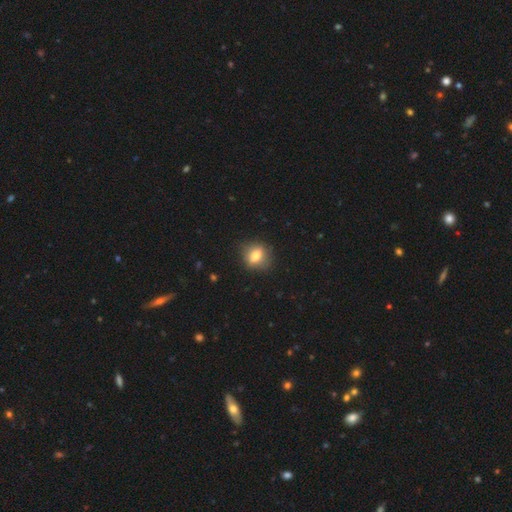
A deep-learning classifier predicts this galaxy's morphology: Smooth or featured?
  - smooth: 71% *
  - featured or disk: 20%
  - star or artifact: 10%
How rounded?
  - in between: 49% *
  - round: 47%
  - cigar-shaped: 4%
Merging?
  - none: 83% *
  - minor disturbance: 12%
  - major disturbance: 4%
  - merger: 1%